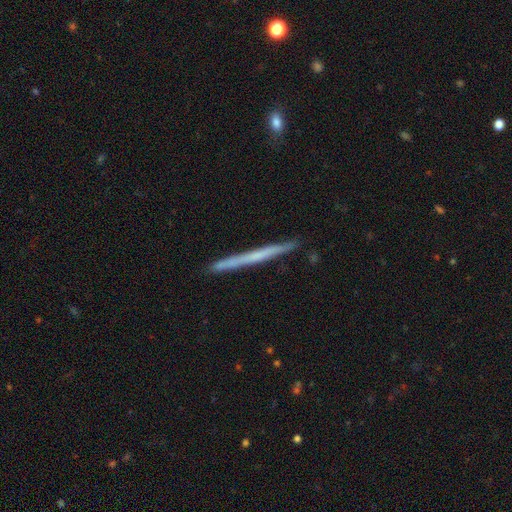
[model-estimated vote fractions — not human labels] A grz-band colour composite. It shows a featured or disk galaxy (53%) viewed edge-on (97%) with no central bulge (87%). Merging: none (90%).